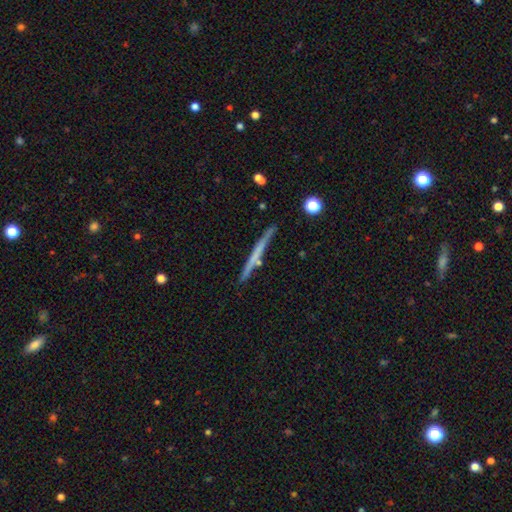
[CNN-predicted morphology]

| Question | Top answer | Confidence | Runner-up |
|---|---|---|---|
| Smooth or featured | featured or disk | 51% | smooth (43%) |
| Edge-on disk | yes | 97% | no (3%) |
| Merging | none | 86% | minor disturbance (9%) |